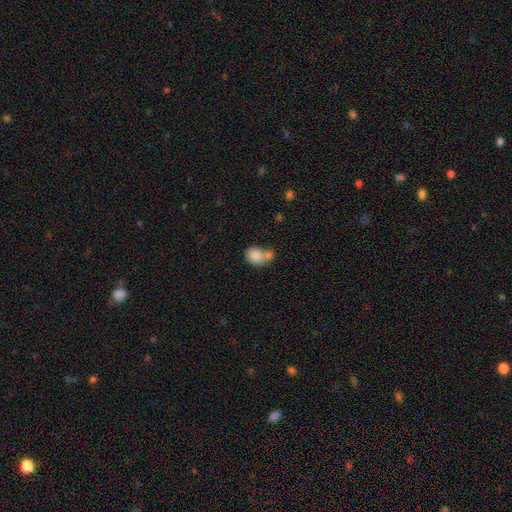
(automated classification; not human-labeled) Overall: smooth (84%). How rounded: round (51%; in between 48%). Merging: merger (44%; none 37%).